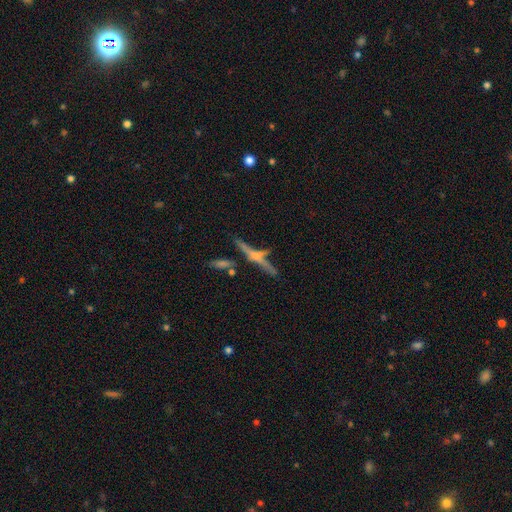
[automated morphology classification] This is likely a featured or disk galaxy (70%). It is clearly viewed edge-on (94%). Edge-on bulge: likely rounded (70%). Merging: likely none (67%).